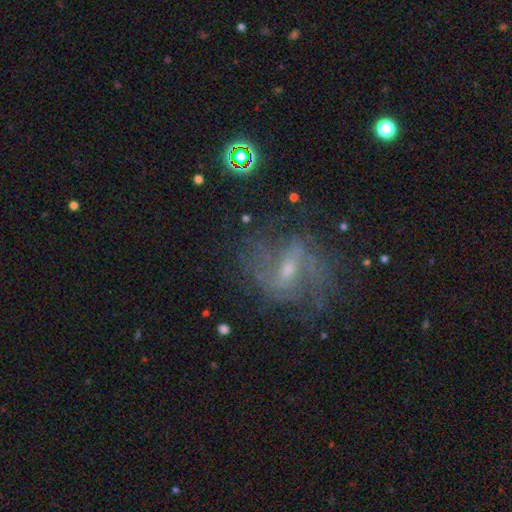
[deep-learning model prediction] This appears to be a featured or disk galaxy (78%) with a weak bar (51%), 2 (72%) loose (43%) spiral arms (89%) and a small central bulge (57%). Merging: none (68%).